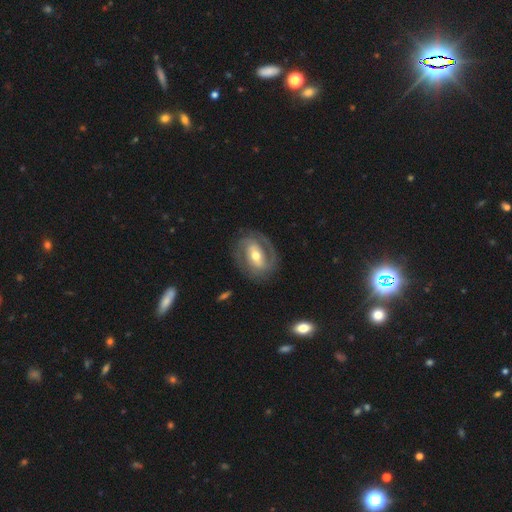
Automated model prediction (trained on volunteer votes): The model was most divided on "spiral winding": tight: 47%, medium: 41%, loose: 12%. Remaining: edge-on disk — no (96%); spiral arms — yes (90%); smooth or featured — featured or disk (84%); spiral arm count — 2 (82%); merging — none (80%); bulge size — moderate (69%); bar — strong (44%).